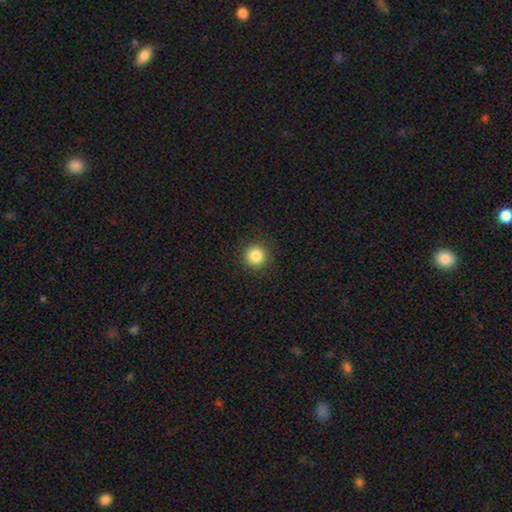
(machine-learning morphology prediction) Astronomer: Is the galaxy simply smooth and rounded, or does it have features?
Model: smooth — 85%.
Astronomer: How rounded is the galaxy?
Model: round — 95%.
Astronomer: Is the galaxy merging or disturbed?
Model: none — 92%.